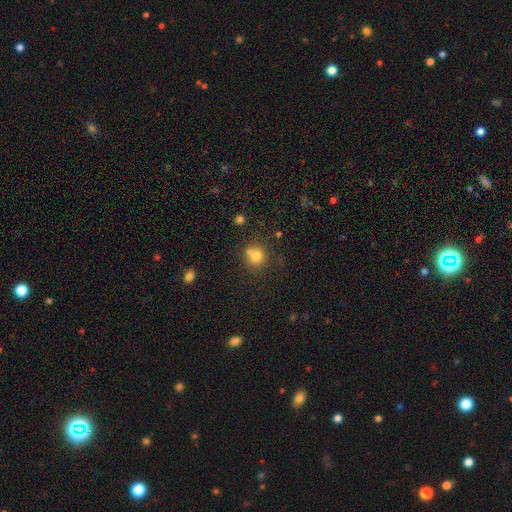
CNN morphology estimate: Overall: smooth (78%). How rounded: round (85%). Merging: none (59%; merger 25%).